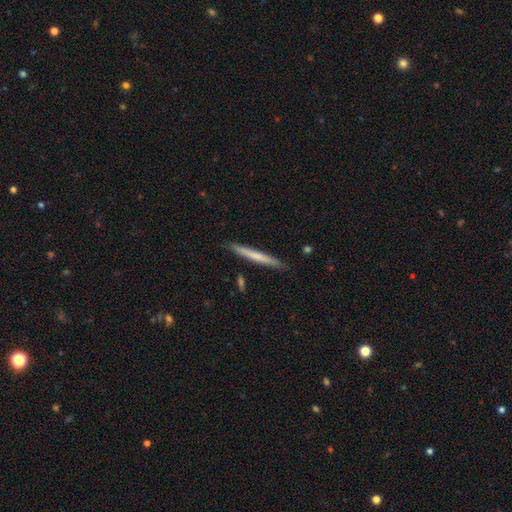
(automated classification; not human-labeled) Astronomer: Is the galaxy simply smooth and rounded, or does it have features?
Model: smooth — 58% (runner-up: featured or disk, 37%).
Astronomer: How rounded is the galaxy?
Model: cigar-shaped — 97%.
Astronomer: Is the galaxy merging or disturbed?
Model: none — 89%.